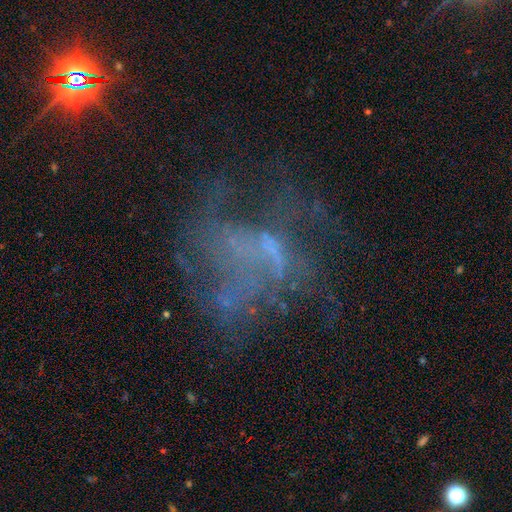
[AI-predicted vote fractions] Smooth or featured: featured or disk — 57% (star or artifact — 29%)
Edge-on disk: no — 98% (yes — 2%)
Bar: no — 80% (weak — 15%)
Spiral arms: no — 74% (yes — 26%)
Bulge size: none — 71% (small — 19%)
Merging: none — 43% (major disturbance — 37%)